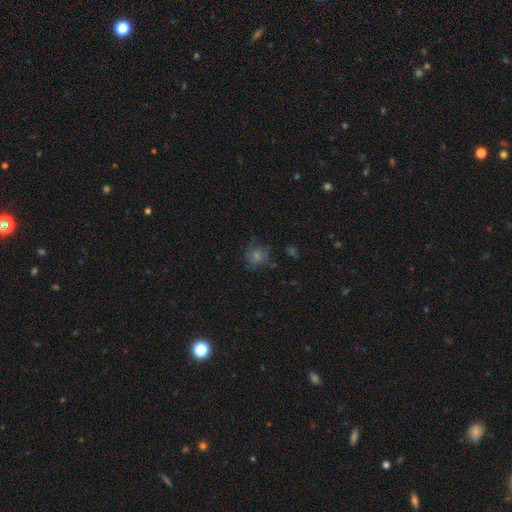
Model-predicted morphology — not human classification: A smooth galaxy with no disk features (40%). Merging: none (71%).